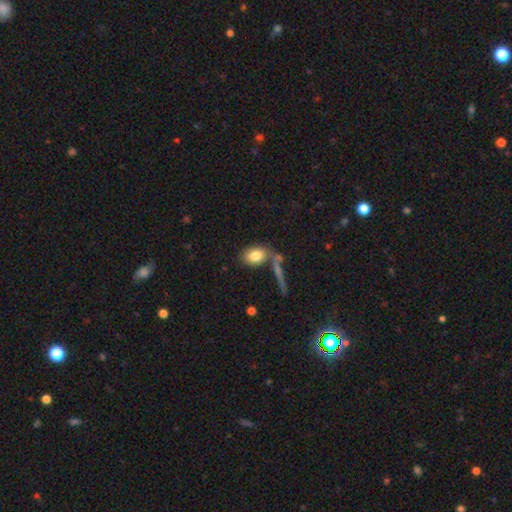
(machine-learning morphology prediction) The model was most divided on "merging": none: 63%, merger: 18%, minor disturbance: 13%, major disturbance: 6%. More confident: smooth or featured — smooth (79%); how rounded — in between (75%).